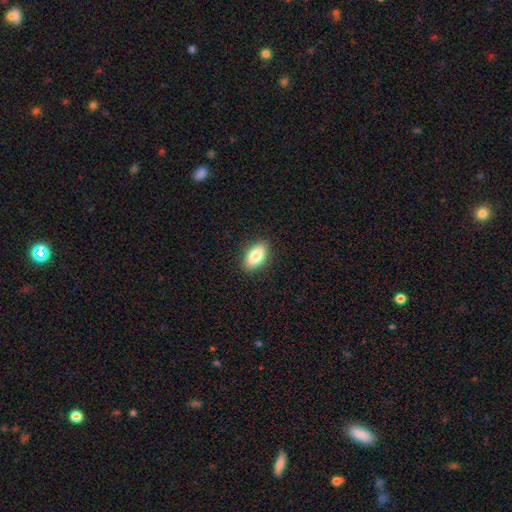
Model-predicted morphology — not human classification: Smooth or featured?
  - smooth: 84% *
  - featured or disk: 9%
  - star or artifact: 7%
How rounded?
  - in between: 91% *
  - round: 5%
  - cigar-shaped: 4%
Merging?
  - none: 89% *
  - minor disturbance: 8%
  - major disturbance: 2%
  - merger: 1%